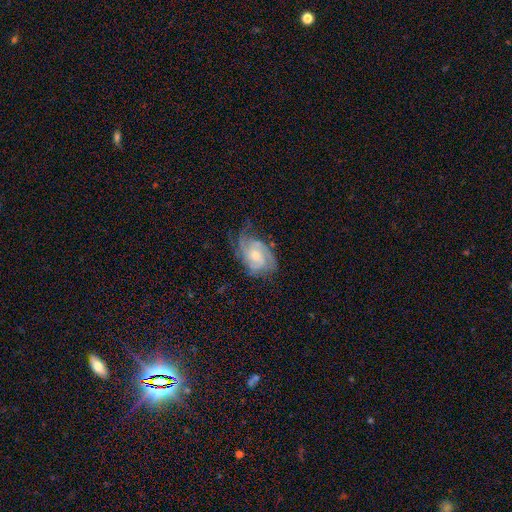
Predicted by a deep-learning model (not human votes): smooth-or-featured: featured or disk: 83% | smooth: 12% | star or artifact: 6%
  disk-edge-on: no: 97% | yes: 3%
    bar: no: 65% | weak: 30% | strong: 5%
    has-spiral-arms: yes: 95% | no: 5%
      spiral-winding: tight: 50% | medium: 39% | loose: 11%
      spiral-arm-count: 2: 38% | 3: 25% | can't tell: 22% | 4: 6% | 1: 5% | more than 4: 4%
    bulge-size: moderate: 48% | small: 47% | large: 2% | none: 2% | dominant: 1%
  merging: none: 56% | minor disturbance: 28% | major disturbance: 14% | merger: 2%